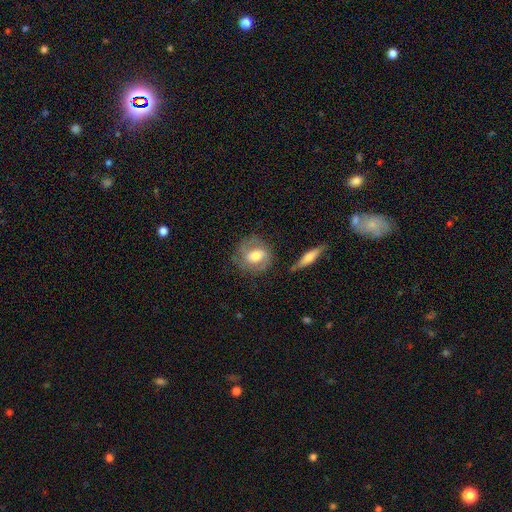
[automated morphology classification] Q: Smooth or featured?
A: featured or disk (51%); runner-up: smooth (42%)
Q: Edge-on disk?
A: no (93%); runner-up: yes (7%)
Q: Merging?
A: none (66%); runner-up: minor disturbance (21%)